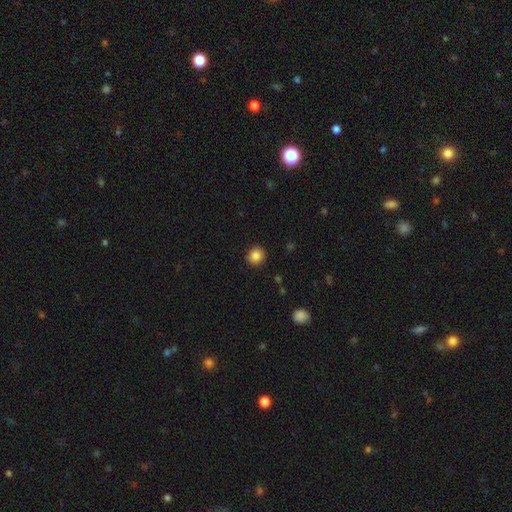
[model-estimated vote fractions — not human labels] Overall: smooth (85%). How rounded: round (87%). Merging: none (91%).